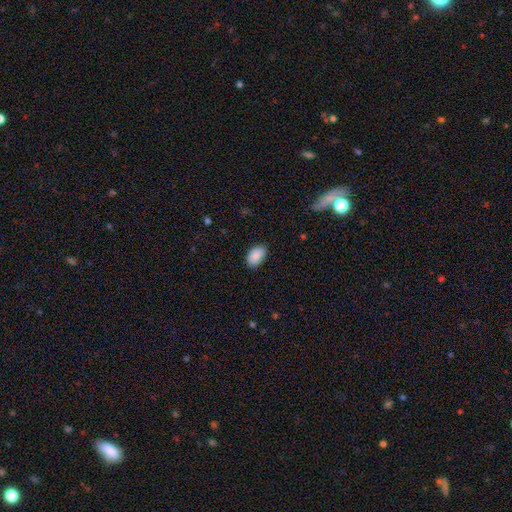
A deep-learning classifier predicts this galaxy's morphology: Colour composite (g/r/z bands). It shows a smooth galaxy with no disk features (89%) that is in between round and cigar-shaped (92%). Merging: none (82%).